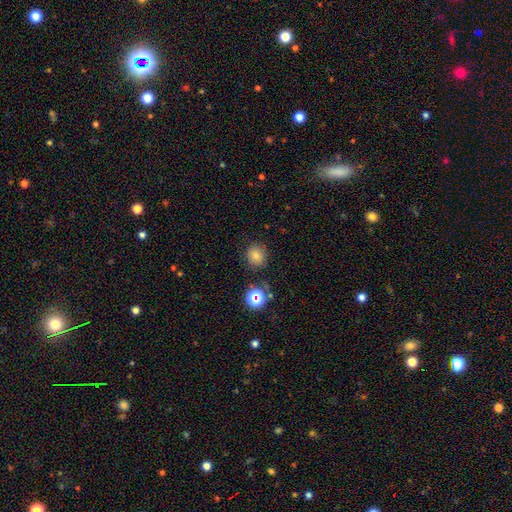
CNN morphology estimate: A smooth galaxy with no disk features (72%) that is round (87%). Merging: none (84%).